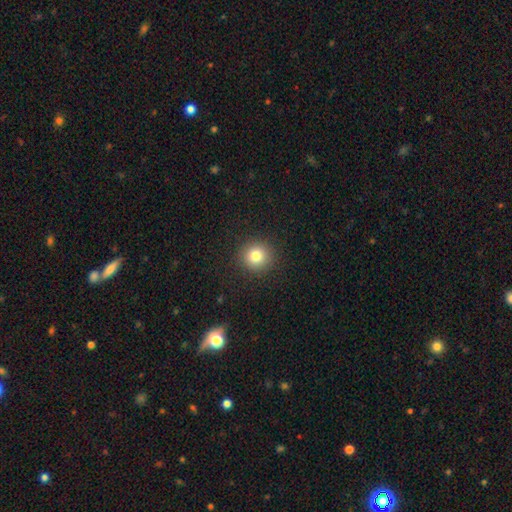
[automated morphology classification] Overall: smooth (80%). How rounded: round (92%). Merging: none (91%).